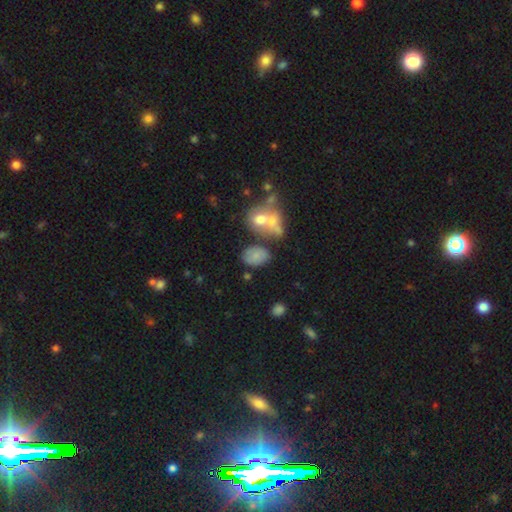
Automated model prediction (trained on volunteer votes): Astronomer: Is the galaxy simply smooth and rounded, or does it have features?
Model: smooth — 71%.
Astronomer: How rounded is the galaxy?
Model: in between — 82%.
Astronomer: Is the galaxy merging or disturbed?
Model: none — 55%.